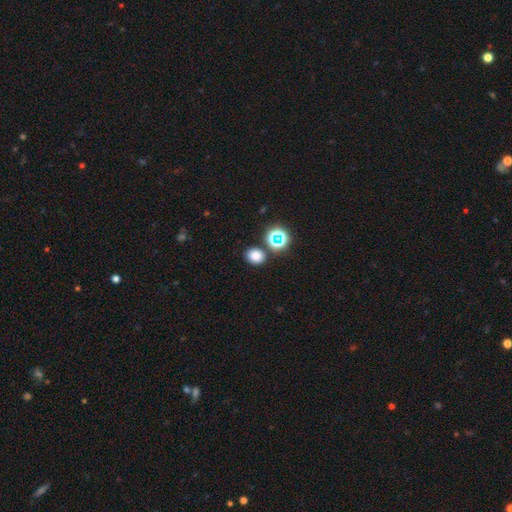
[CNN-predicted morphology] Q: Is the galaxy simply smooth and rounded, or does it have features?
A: smooth — 76%.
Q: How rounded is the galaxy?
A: round — 59%.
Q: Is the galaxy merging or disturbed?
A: none — 82%.